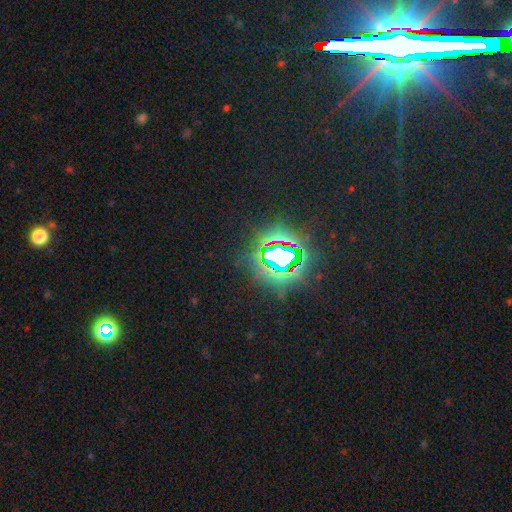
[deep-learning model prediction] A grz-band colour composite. It shows a star or artifact, not a galaxy (84%).